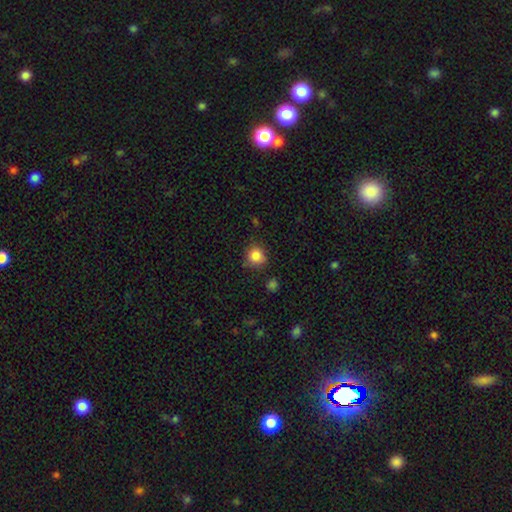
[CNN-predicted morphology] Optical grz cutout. It shows a smooth galaxy with no disk features (85%) that is round (88%). Merging: none (79%).